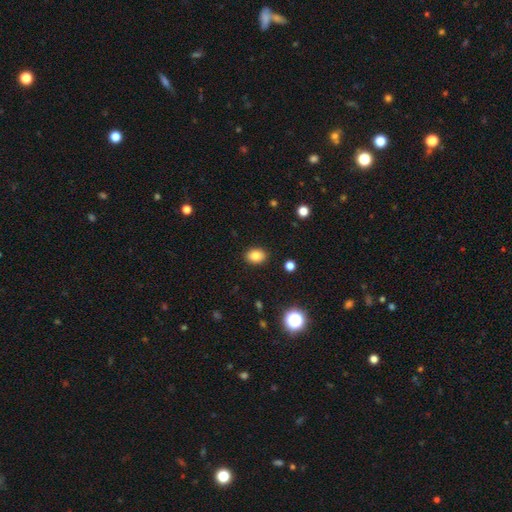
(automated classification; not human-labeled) smooth 84%, star or artifact 10%, featured or disk 6%. Down the decision tree: how rounded — in between (67%); merging — none (89%).